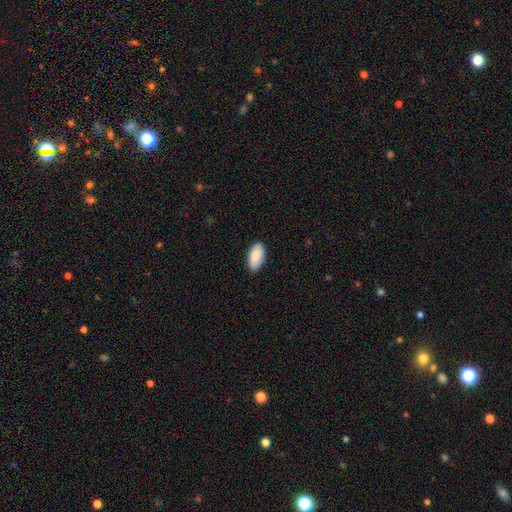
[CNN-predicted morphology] Q: Smooth or featured?
A: smooth (88%); runner-up: featured or disk (6%)
Q: How rounded?
A: in between (95%); runner-up: cigar-shaped (3%)
Q: Merging?
A: none (87%); runner-up: minor disturbance (11%)